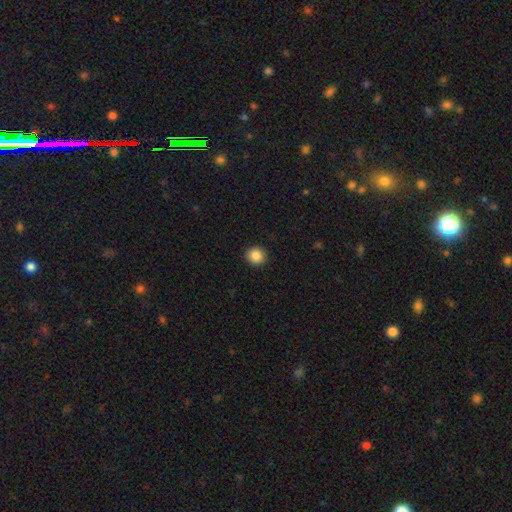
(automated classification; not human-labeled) smooth-or-featured: smooth: 87% | star or artifact: 9% | featured or disk: 4%
  how-rounded: round: 90% | in between: 9% | cigar-shaped: 1%
  merging: none: 92% | minor disturbance: 5% | major disturbance: 2% | merger: 1%